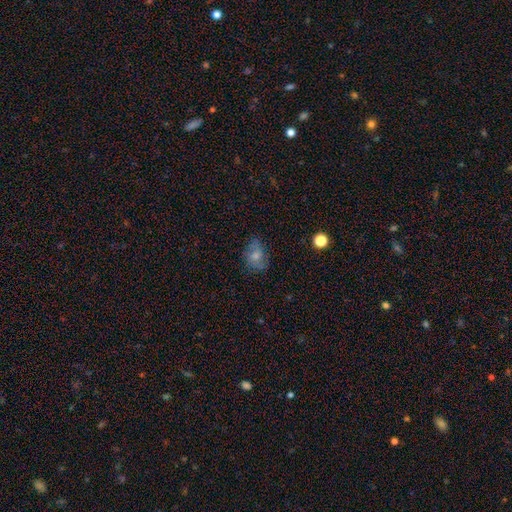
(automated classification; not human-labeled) This is likely a smooth galaxy (64%). How rounded: likely in between (68%). Merging: likely none (61%).